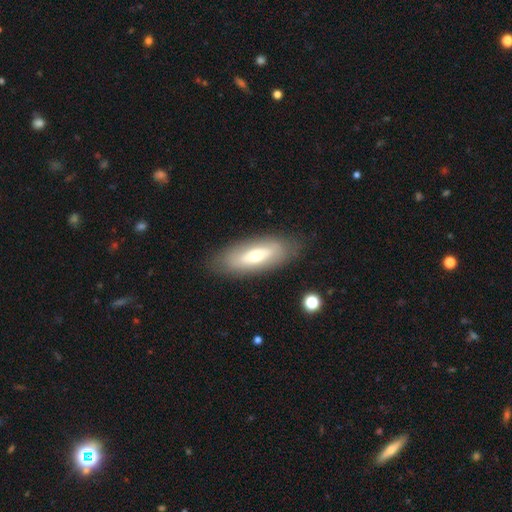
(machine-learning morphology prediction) type=smooth (52%); roundness=in between (75%); merging=none (83%).